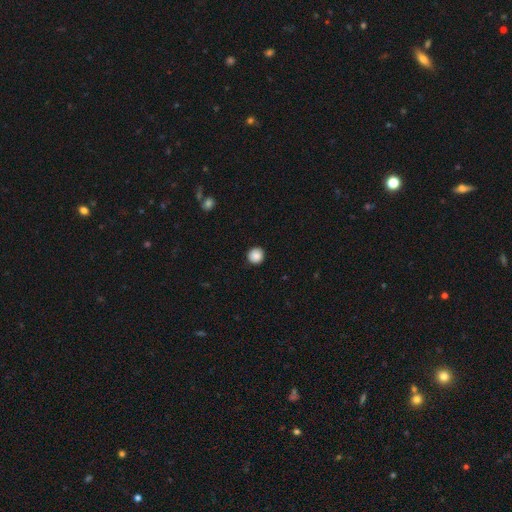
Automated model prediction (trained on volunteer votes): This is clearly a smooth galaxy (88%). How rounded: clearly round (93%). Merging: clearly none (91%).